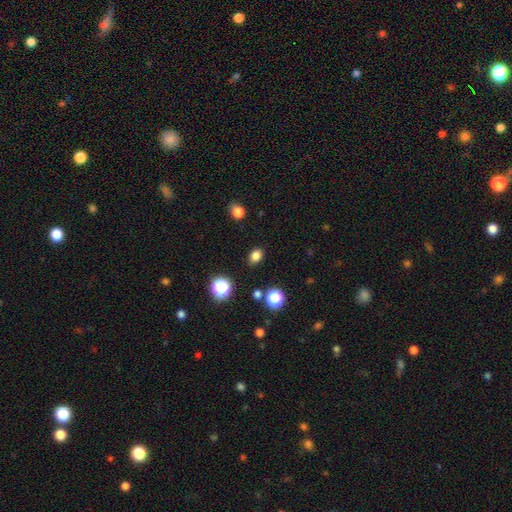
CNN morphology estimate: type=smooth (81%); roundness=in between (61%); merging=none (87%).